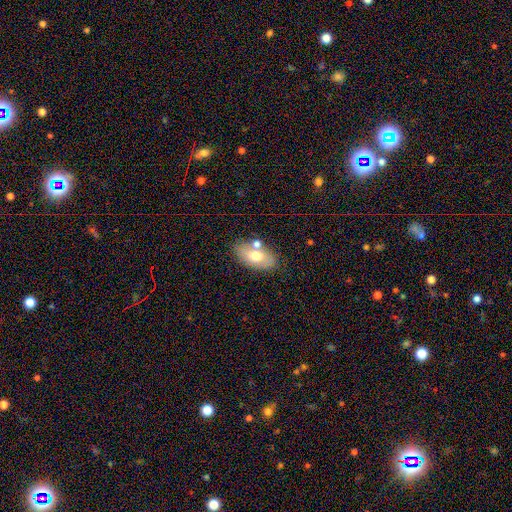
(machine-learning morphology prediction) The model was most divided on "smooth or featured": smooth: 64%, featured or disk: 29%, star or artifact: 7%. More confident: how rounded — in between (92%); merging — none (64%).